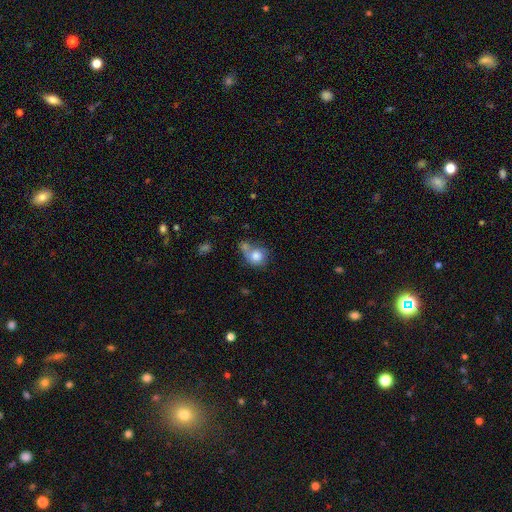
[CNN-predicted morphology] Smooth or featured? Predicted: smooth (p=0.79). How rounded? Predicted: round (p=0.76). Merging? Predicted: merger (p=0.36).